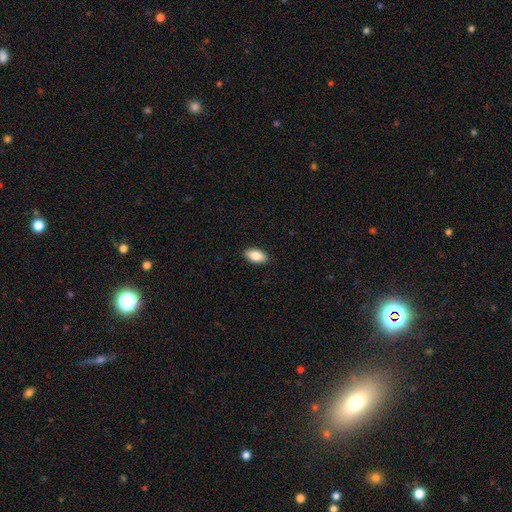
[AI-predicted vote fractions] Smooth or featured?
  - smooth: 87% *
  - star or artifact: 7%
  - featured or disk: 6%
How rounded?
  - in between: 93% *
  - cigar-shaped: 4%
  - round: 3%
Merging?
  - none: 90% *
  - minor disturbance: 7%
  - major disturbance: 2%
  - merger: 1%